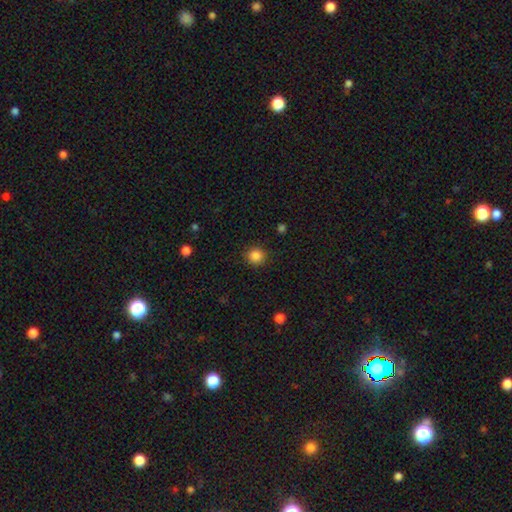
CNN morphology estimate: Overall: smooth (86%). How rounded: round (90%). Merging: none (89%).